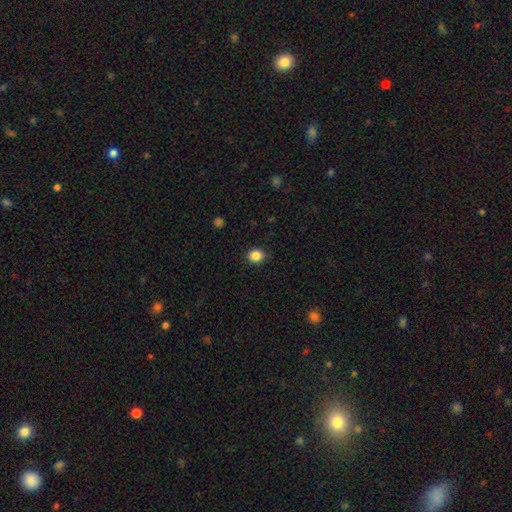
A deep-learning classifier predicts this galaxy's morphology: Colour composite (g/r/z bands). It shows a smooth galaxy with no disk features (86%) that is round (70%). Merging: none (88%).